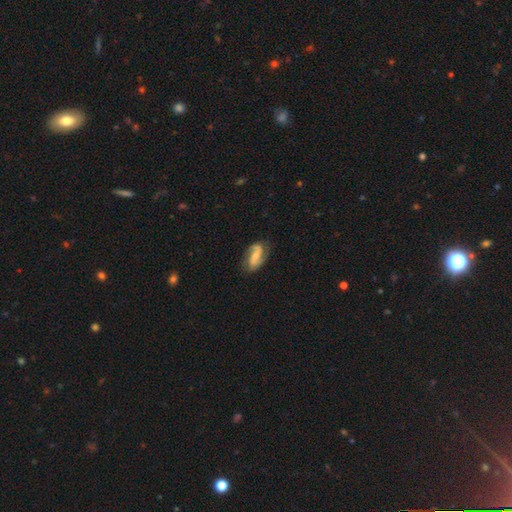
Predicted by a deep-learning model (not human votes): A featured or disk galaxy (74%) with a weak bar (40%), 2 (88%) loose (44%) spiral arms (94%) and a small central bulge (52%).

Vote fractions:
- Smooth or featured? featured or disk: 74% / smooth: 20% / star or artifact: 6%
- Edge-on disk? no: 96% / yes: 4%
- Bar? weak: 40% / no: 37% / strong: 23%
- Spiral arms? yes: 94% / no: 6%
- Spiral winding? loose: 44% / medium: 40% / tight: 17%
- Spiral arm count? 2: 88% / can't tell: 5% / 1: 4% / 3: 1% / 4: 1% / more than 4: 1%
- Bulge size? small: 52% / moderate: 35% / none: 9% / large: 3% / dominant: 1%
- Merging? none: 72% / minor disturbance: 19% / major disturbance: 7% / merger: 2%